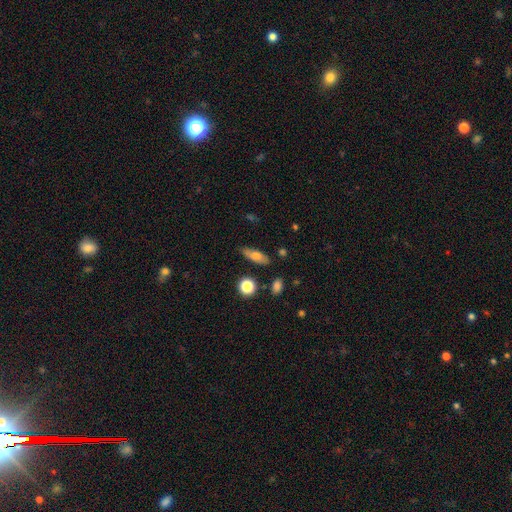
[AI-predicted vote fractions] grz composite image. It shows a smooth galaxy with no disk features (69%) that is in between round and cigar-shaped (59%). Merging: none (81%).